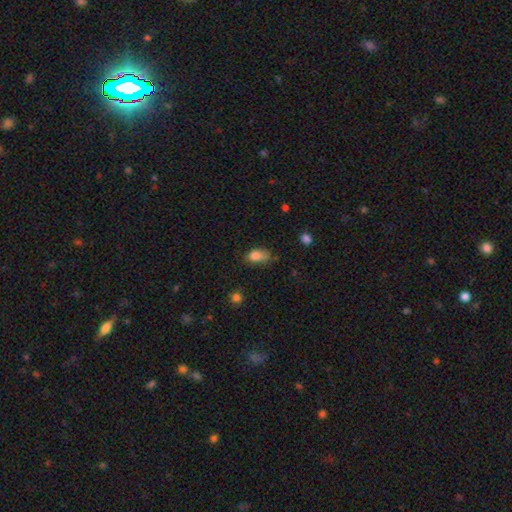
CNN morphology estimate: Smooth or featured? Predicted: smooth (p=0.81). How rounded? Predicted: in between (p=0.84). Merging? Predicted: none (p=0.43).